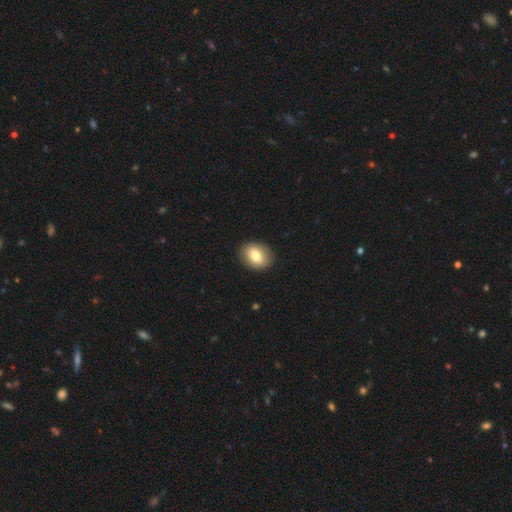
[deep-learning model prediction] smooth_or_featured: smooth (p=0.77) [alt: featured or disk p=0.15]
how_rounded: in between (p=0.62) [alt: round p=0.37]
merging: none (p=0.89) [alt: minor disturbance p=0.08]